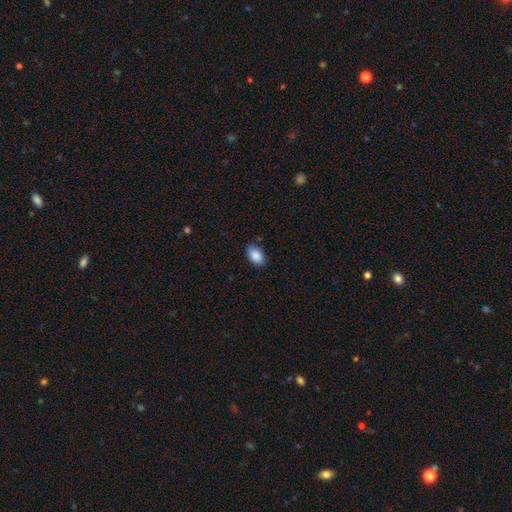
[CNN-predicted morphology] smooth_or_featured: smooth (p=0.89) [alt: star or artifact p=0.07]
how_rounded: in between (p=0.89) [alt: round p=0.10]
merging: none (p=0.83) [alt: minor disturbance p=0.14]